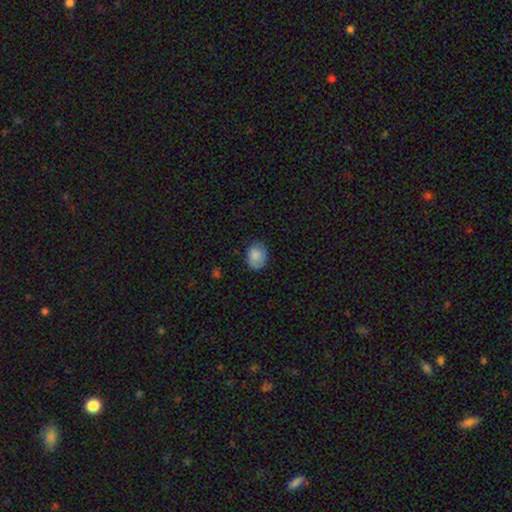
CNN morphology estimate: This appears to be a smooth galaxy with no disk features (86%) that is in between round and cigar-shaped (67%). Merging: none (76%).